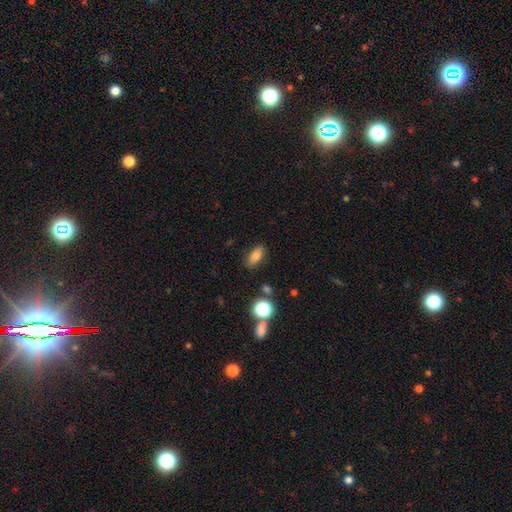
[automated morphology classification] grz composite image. It shows a smooth galaxy with no disk features (76%) that is in between round and cigar-shaped (81%). Merging: none (84%).